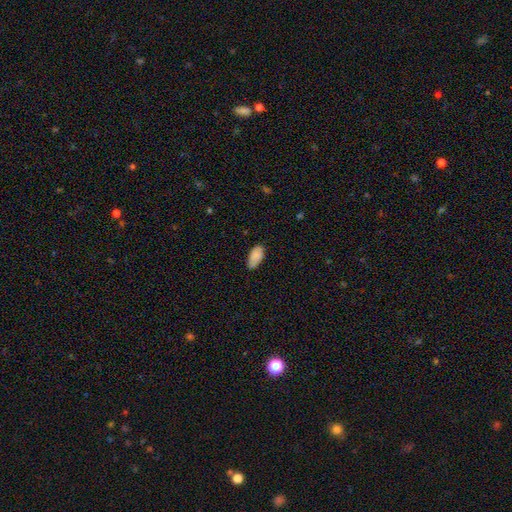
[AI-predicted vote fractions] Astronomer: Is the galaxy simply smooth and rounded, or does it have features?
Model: smooth — 87%.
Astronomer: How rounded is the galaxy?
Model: in between — 93%.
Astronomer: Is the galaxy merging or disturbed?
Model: none — 70%.